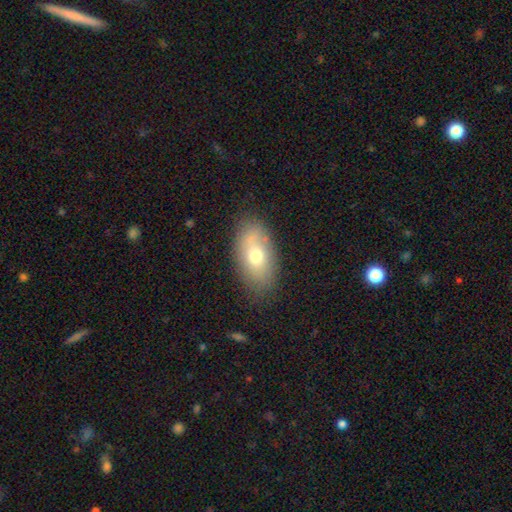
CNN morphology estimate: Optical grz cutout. It shows a smooth galaxy with no disk features (68%) that is in between round and cigar-shaped (91%). Merging: none (78%).